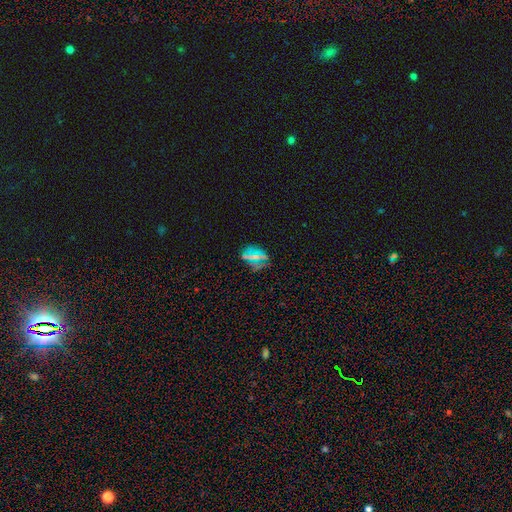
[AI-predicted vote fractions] This appears to be a smooth galaxy with no disk features (52%) that is in between round and cigar-shaped (53%). Merging: none (78%).